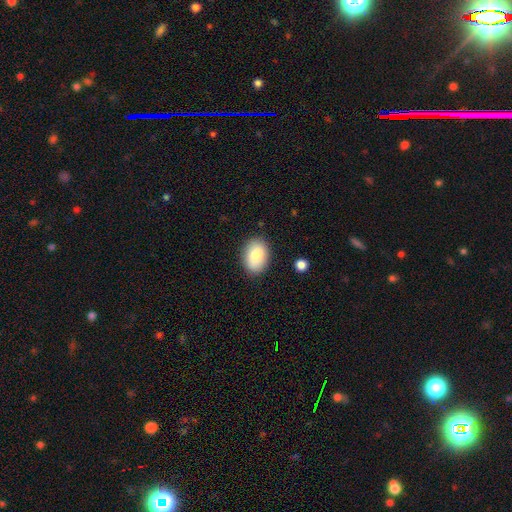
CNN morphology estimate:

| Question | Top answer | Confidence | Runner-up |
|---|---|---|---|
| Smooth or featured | smooth | 84% | featured or disk (10%) |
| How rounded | in between | 81% | round (18%) |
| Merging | none | 86% | minor disturbance (10%) |